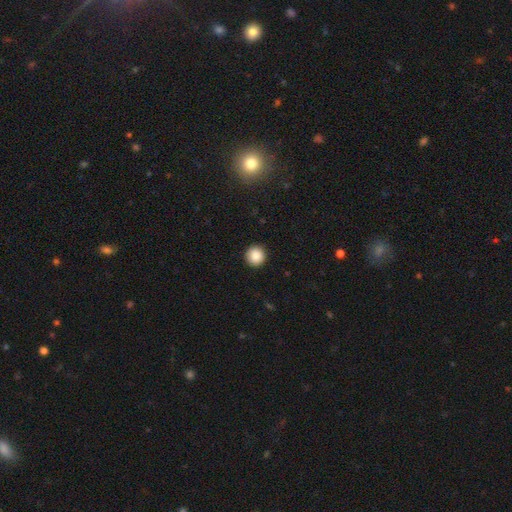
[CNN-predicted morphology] A smooth galaxy with no disk features (88%) that is round (94%).

Vote fractions:
- Smooth or featured? smooth: 88% / star or artifact: 9% / featured or disk: 3%
- How rounded? round: 94% / in between: 5% / cigar-shaped: 1%
- Merging? none: 93% / minor disturbance: 5% / major disturbance: 2% / merger: 1%